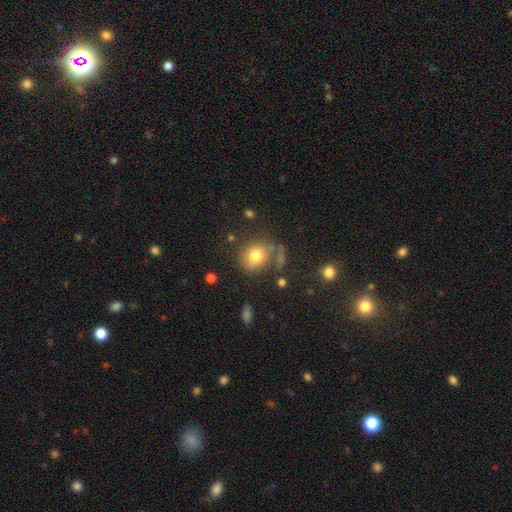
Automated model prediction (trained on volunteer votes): Morphology: type=smooth (78%); roundness=round (69%); merging=none (62%).